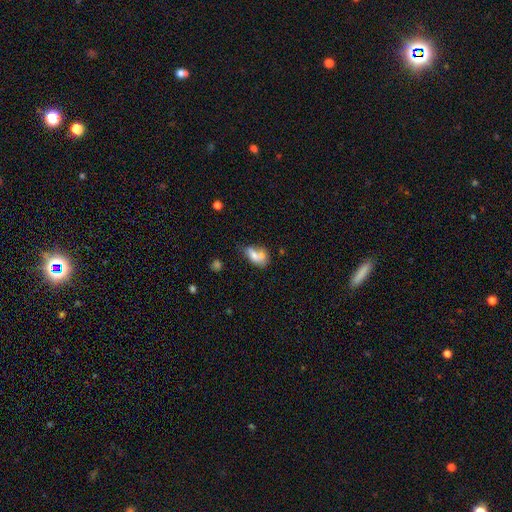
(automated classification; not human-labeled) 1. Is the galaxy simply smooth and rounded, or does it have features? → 66% smooth, 24% featured or disk, 10% star or artifact.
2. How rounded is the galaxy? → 80% in between, 15% round, 5% cigar-shaped.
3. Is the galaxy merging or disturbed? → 48% merger, 24% none, 16% minor disturbance, 11% major disturbance.